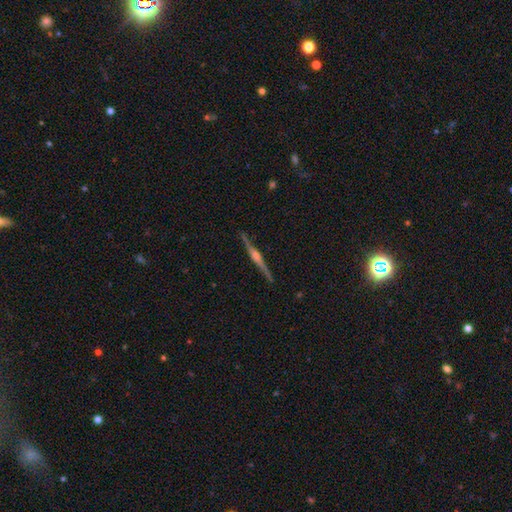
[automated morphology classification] Smooth or featured: featured or disk — 84% (smooth — 10%)
Edge-on disk: yes — 98% (no — 2%)
Edge-on bulge: rounded — 83% (boxy — 10%)
Merging: none — 92% (minor disturbance — 6%)